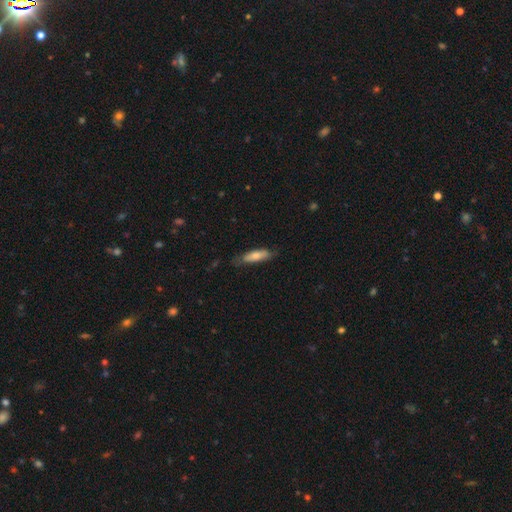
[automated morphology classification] A smooth galaxy with no disk features (72%) that is cigar-shaped (62%).

Vote fractions:
- Smooth or featured? smooth: 72% / featured or disk: 22% / star or artifact: 6%
- How rounded? cigar-shaped: 62% / in between: 37% / round: 2%
- Merging? none: 71% / minor disturbance: 22% / major disturbance: 5% / merger: 1%